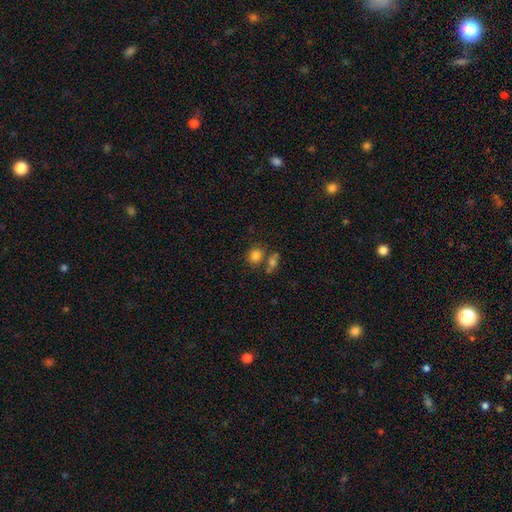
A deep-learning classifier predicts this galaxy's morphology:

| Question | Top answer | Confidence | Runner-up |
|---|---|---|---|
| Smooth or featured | smooth | 82% | star or artifact (11%) |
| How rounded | round | 73% | in between (25%) |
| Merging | none | 58% | merger (25%) |